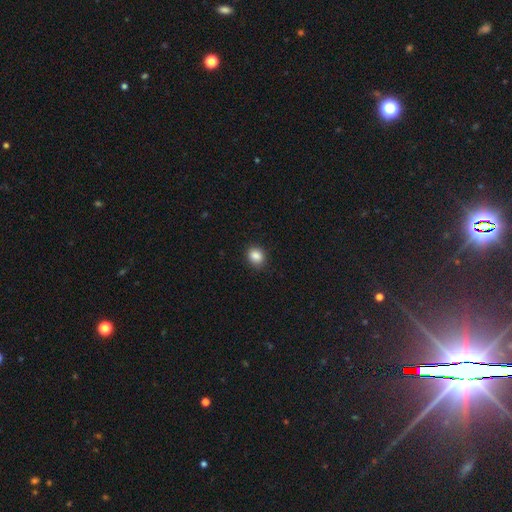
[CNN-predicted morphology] Smooth or featured: smooth — 87% (star or artifact — 10%)
How rounded: round — 66% (in between — 33%)
Merging: none — 88% (minor disturbance — 9%)